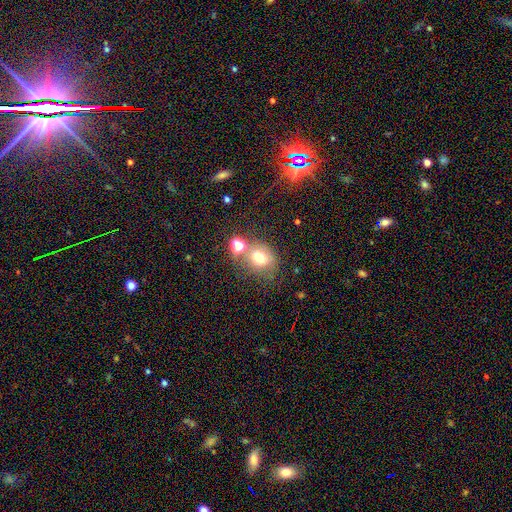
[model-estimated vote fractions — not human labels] This is likely a smooth galaxy (69%). How rounded: possibly round (59%). Merging: possibly none (50%).